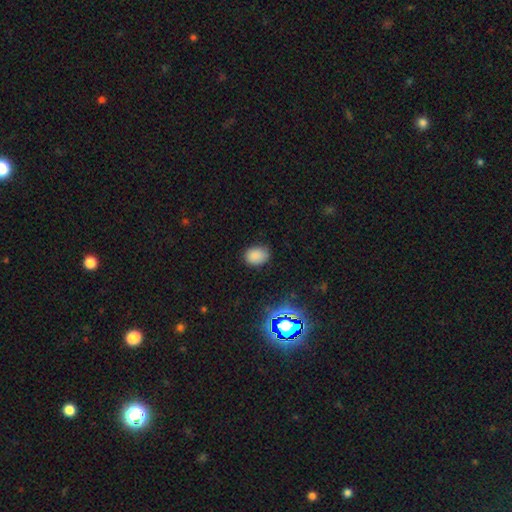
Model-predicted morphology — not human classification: The model was most divided on "how rounded": in between: 66%, round: 33%, cigar-shaped: 1%. More confident: smooth or featured — smooth (81%); merging — none (79%).